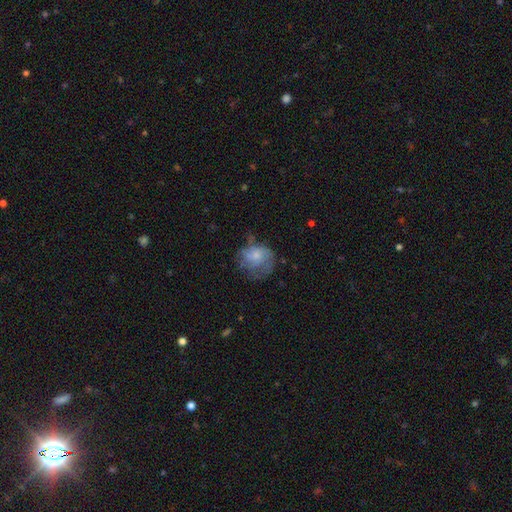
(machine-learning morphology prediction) A smooth galaxy with no disk features (53%) that is round (65%). Merging: none (41%).